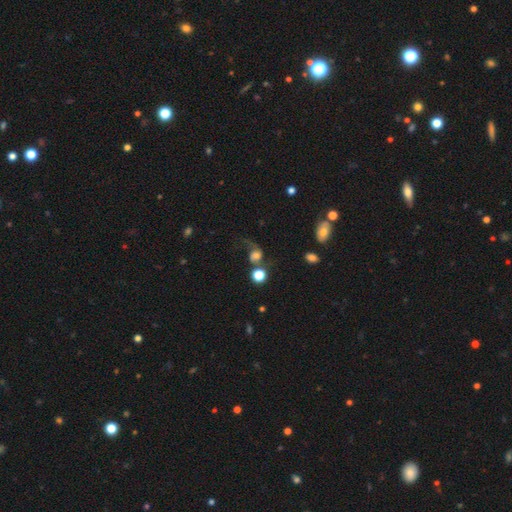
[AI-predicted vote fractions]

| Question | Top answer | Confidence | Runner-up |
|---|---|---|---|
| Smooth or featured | smooth | 50% | featured or disk (35%) |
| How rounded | round | 71% | in between (27%) |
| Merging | major disturbance | 35% | none (32%) |